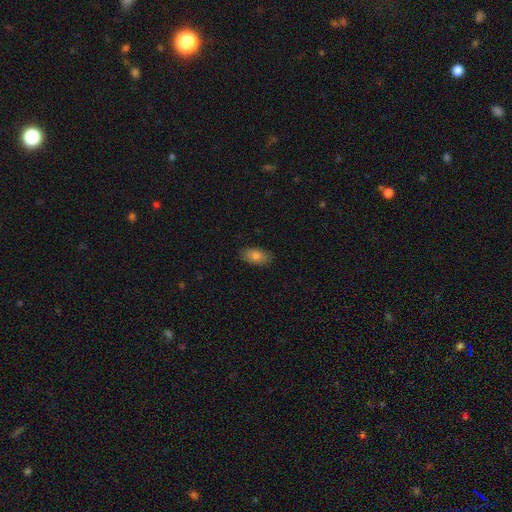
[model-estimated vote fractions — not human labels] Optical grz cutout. It shows a smooth galaxy with no disk features (83%) that is in between round and cigar-shaped (93%). Merging: none (86%).